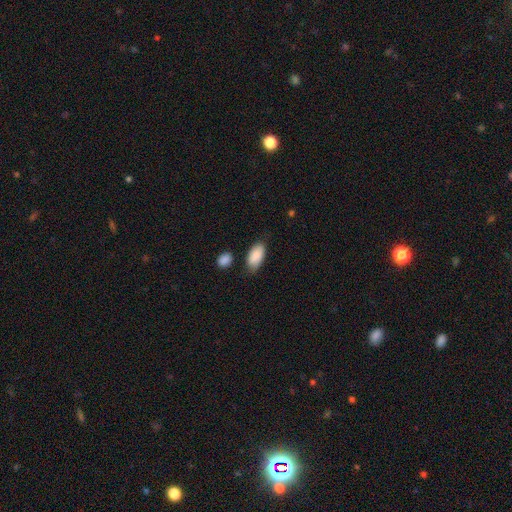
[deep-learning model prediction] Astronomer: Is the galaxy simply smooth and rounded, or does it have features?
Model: smooth — 89%.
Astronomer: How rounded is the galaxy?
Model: in between — 93%.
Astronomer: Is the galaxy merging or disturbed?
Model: none — 72%.